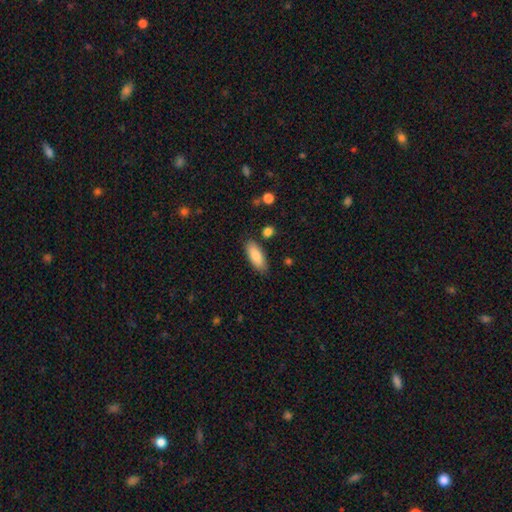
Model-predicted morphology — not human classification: This appears to be a smooth galaxy with no disk features (85%) that is in between round and cigar-shaped (73%). Merging: none (84%).